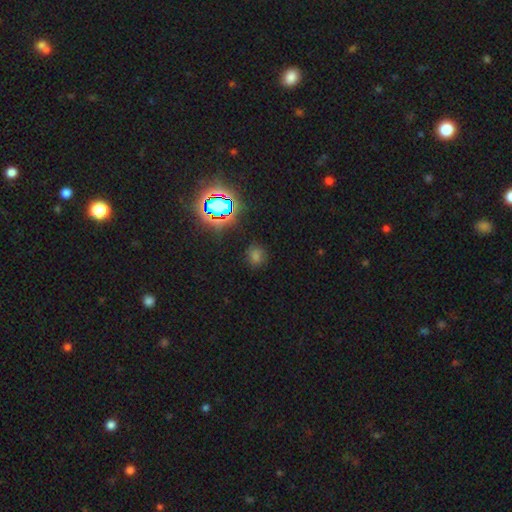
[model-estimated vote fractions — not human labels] Smooth or featured: smooth — 53% (star or artifact — 40%)
How rounded: round — 81% (in between — 17%)
Merging: none — 86% (minor disturbance — 9%)